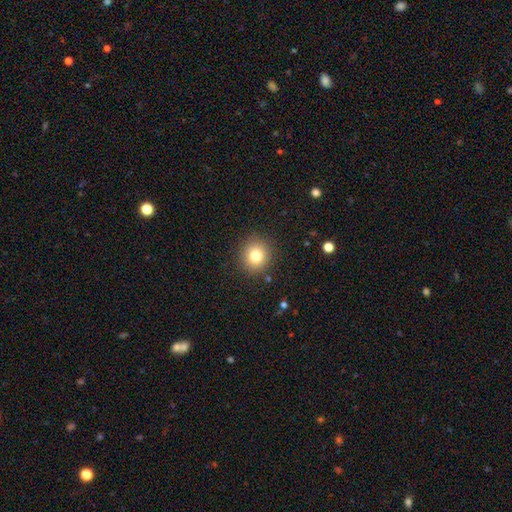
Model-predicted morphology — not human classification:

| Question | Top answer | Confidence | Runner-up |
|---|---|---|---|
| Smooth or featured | smooth | 79% | star or artifact (12%) |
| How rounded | round | 87% | in between (12%) |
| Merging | none | 89% | minor disturbance (7%) |